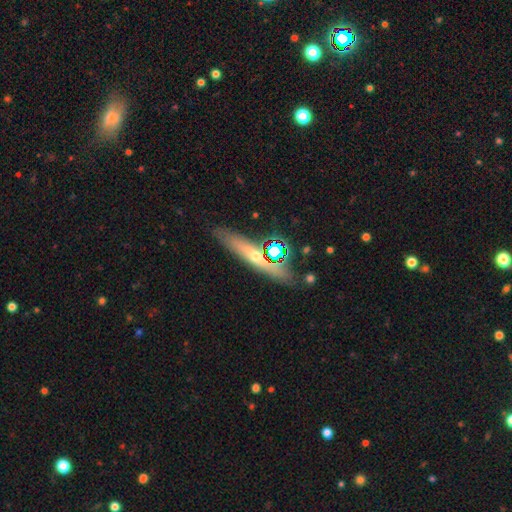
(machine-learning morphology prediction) This is possibly a featured or disk galaxy (48%). Merging: clearly none (81%).